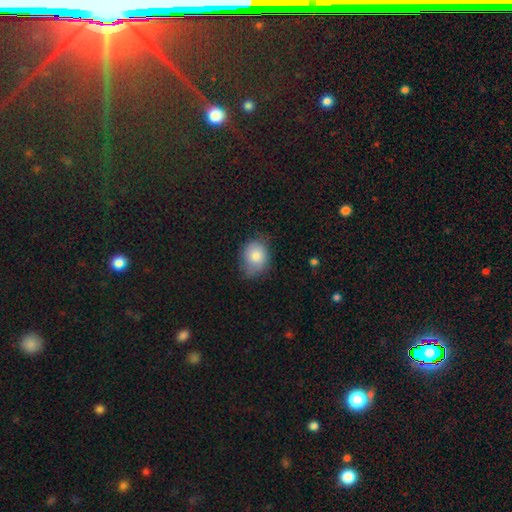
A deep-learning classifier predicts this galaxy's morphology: Smooth or featured?
  - smooth: 82% *
  - featured or disk: 10%
  - star or artifact: 7%
How rounded?
  - in between: 57% *
  - round: 42%
  - cigar-shaped: 1%
Merging?
  - none: 63% *
  - minor disturbance: 29%
  - major disturbance: 6%
  - merger: 1%